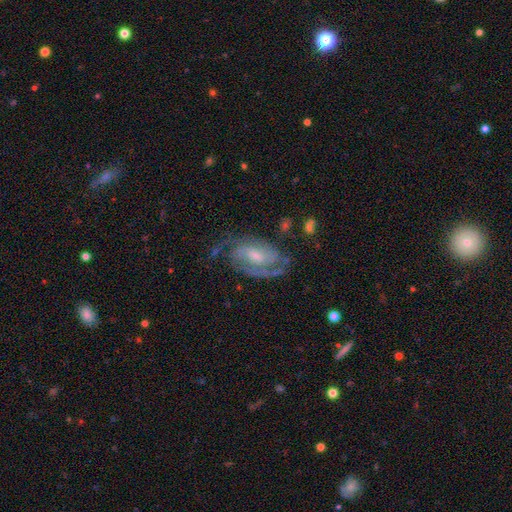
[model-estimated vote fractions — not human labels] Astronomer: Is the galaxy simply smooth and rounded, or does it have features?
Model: featured or disk — 87%.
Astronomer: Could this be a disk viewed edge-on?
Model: no — 97%.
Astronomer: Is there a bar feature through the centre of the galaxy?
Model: weak — 48% (runner-up: no, 36%).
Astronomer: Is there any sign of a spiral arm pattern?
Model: yes — 96%.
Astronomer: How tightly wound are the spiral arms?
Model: medium — 46% (runner-up: tight, 42%).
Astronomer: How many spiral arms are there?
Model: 2 — 73%.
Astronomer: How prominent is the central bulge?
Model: small — 43% (runner-up: moderate, 42%).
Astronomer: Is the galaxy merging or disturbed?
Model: none — 66%.